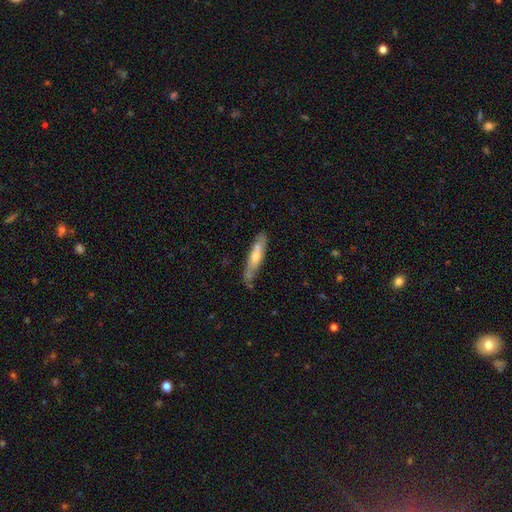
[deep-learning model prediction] Q: Smooth or featured?
A: featured or disk (49%); runner-up: smooth (45%)
Q: Merging?
A: none (63%); runner-up: minor disturbance (23%)